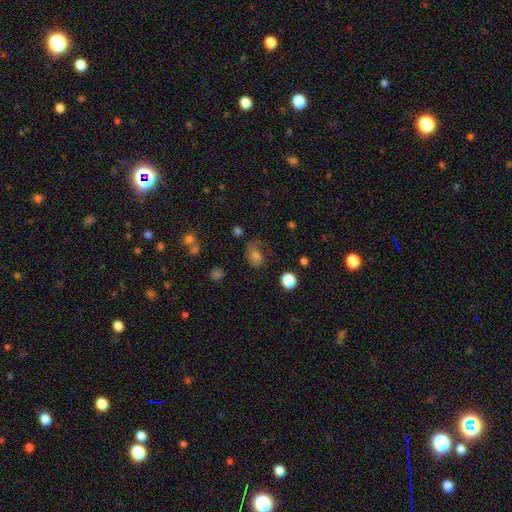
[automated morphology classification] Smooth or featured?
  - smooth: 55% *
  - featured or disk: 26%
  - star or artifact: 19%
How rounded?
  - in between: 60% *
  - round: 38%
  - cigar-shaped: 2%
Merging?
  - none: 52% *
  - minor disturbance: 26%
  - major disturbance: 18%
  - merger: 3%